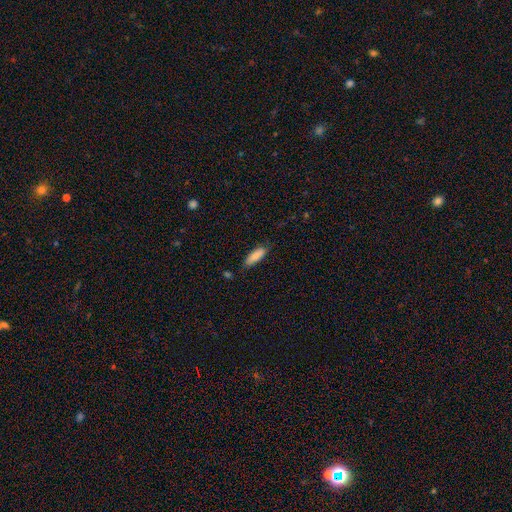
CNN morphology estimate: Smooth or featured: smooth — 86% (featured or disk — 8%)
How rounded: in between — 56% (cigar-shaped — 42%)
Merging: none — 76% (minor disturbance — 19%)